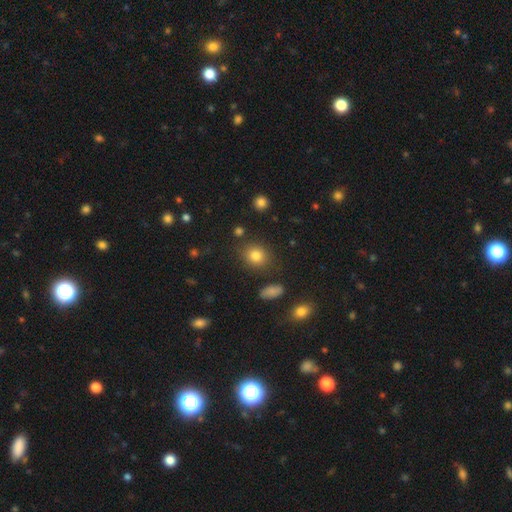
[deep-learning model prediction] This is clearly a smooth galaxy (82%). How rounded: likely round (69%). Merging: clearly none (81%).